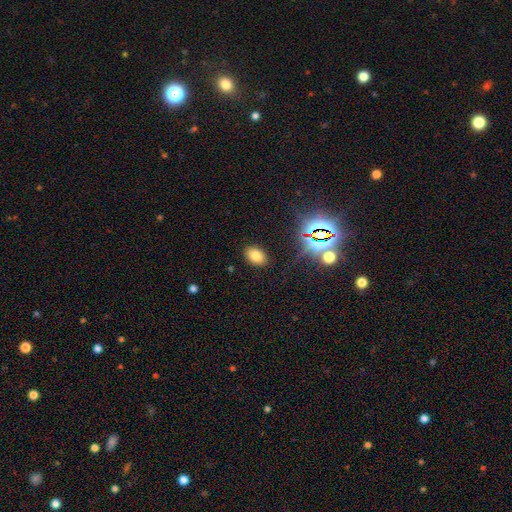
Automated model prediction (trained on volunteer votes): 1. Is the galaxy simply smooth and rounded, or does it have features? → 74% smooth, 18% star or artifact, 8% featured or disk.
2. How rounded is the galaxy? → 84% in between, 15% round, 1% cigar-shaped.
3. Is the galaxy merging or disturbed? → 87% none, 8% minor disturbance, 3% major disturbance, 1% merger.